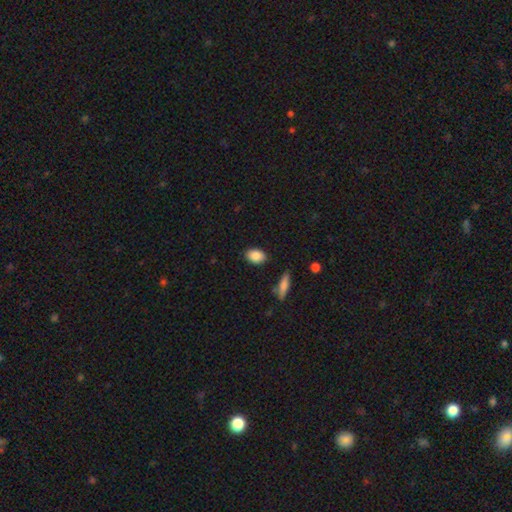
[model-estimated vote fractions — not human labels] A smooth galaxy with no disk features (87%) that is in between round and cigar-shaped (83%).

Vote fractions:
- Smooth or featured? smooth: 87% / star or artifact: 7% / featured or disk: 6%
- How rounded? in between: 83% / round: 15% / cigar-shaped: 2%
- Merging? none: 86% / minor disturbance: 10% / major disturbance: 2% / merger: 2%